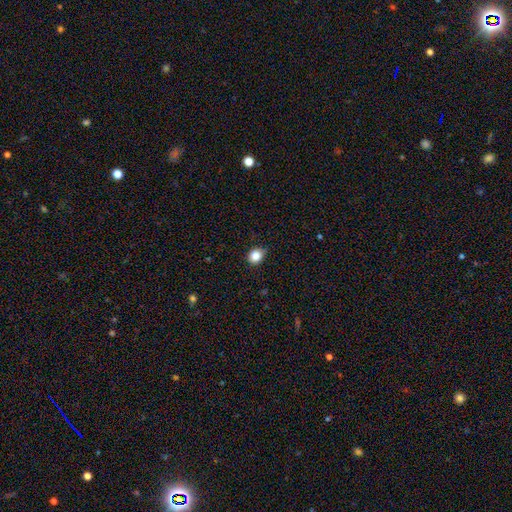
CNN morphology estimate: A smooth galaxy with no disk features (84%) that is round (69%). Merging: none (81%).